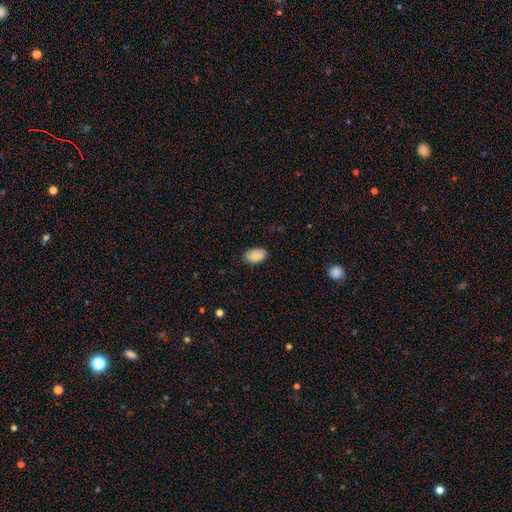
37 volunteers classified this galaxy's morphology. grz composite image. It shows a smooth galaxy with no disk features (95%) that is in between round and cigar-shaped (80%). Merging: none (91%).